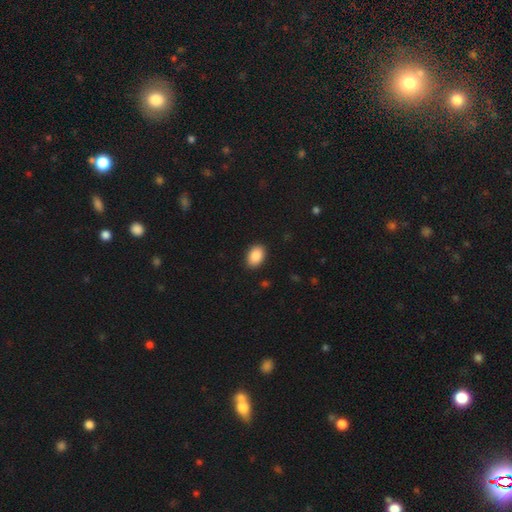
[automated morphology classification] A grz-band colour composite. It shows a smooth galaxy with no disk features (88%) that is in between round and cigar-shaped (83%). Merging: none (90%).